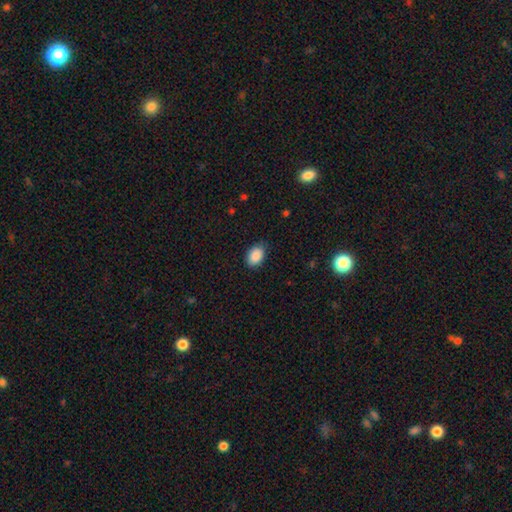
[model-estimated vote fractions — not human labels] This appears to be a smooth galaxy with no disk features (89%) that is in between round and cigar-shaped (84%). Merging: none (81%).